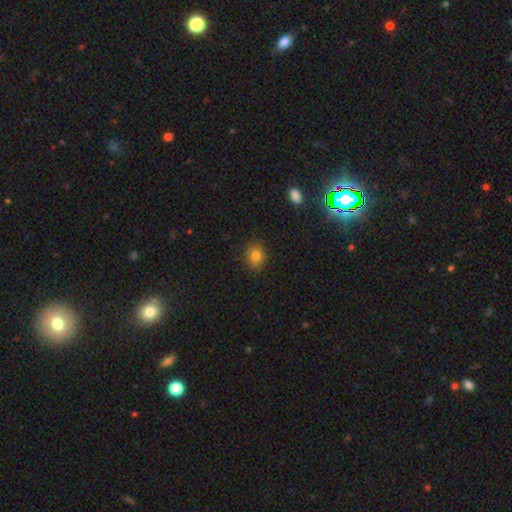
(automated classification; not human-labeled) A smooth galaxy with no disk features (81%) that is round (60%).

Vote fractions:
- Smooth or featured? smooth: 81% / star or artifact: 12% / featured or disk: 7%
- How rounded? round: 60% / in between: 39% / cigar-shaped: 1%
- Merging? none: 87% / minor disturbance: 9% / major disturbance: 2% / merger: 1%